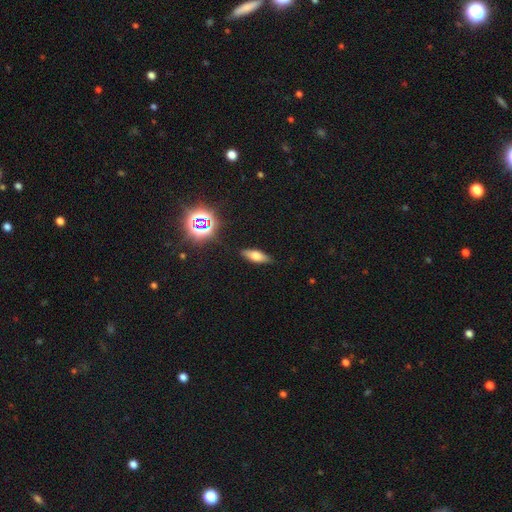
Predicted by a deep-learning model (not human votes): A smooth galaxy with no disk features (61%) that is in between round and cigar-shaped (61%).

Vote fractions:
- Smooth or featured? smooth: 61% / featured or disk: 25% / star or artifact: 14%
- How rounded? in between: 61% / cigar-shaped: 35% / round: 4%
- Merging? none: 86% / minor disturbance: 10% / major disturbance: 2% / merger: 1%